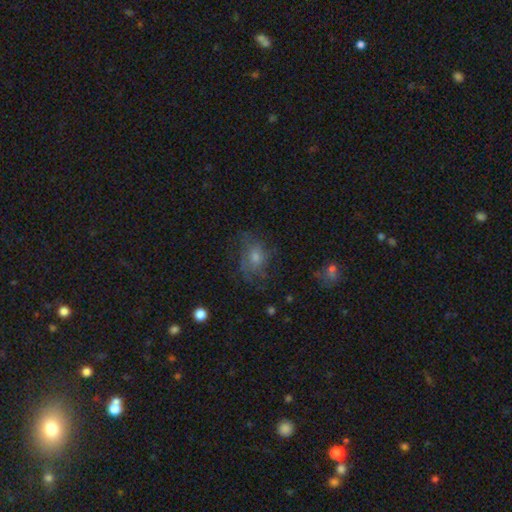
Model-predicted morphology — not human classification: smooth-or-featured: smooth: 43% | featured or disk: 40% | star or artifact: 17%
  merging: none: 58% | minor disturbance: 23% | major disturbance: 17% | merger: 2%